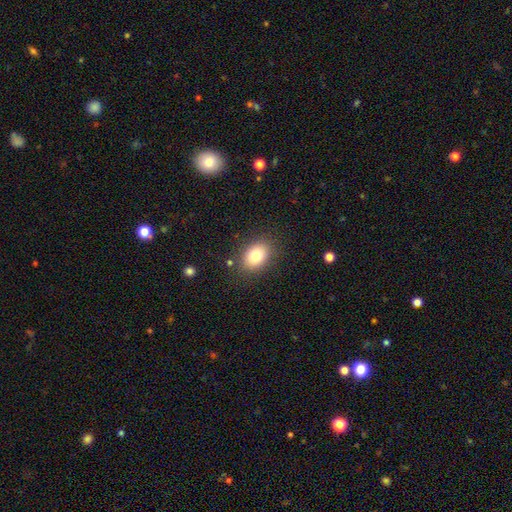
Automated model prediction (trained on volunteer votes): This appears to be a smooth galaxy with no disk features (82%) that is in between round and cigar-shaped (78%). Merging: none (84%).